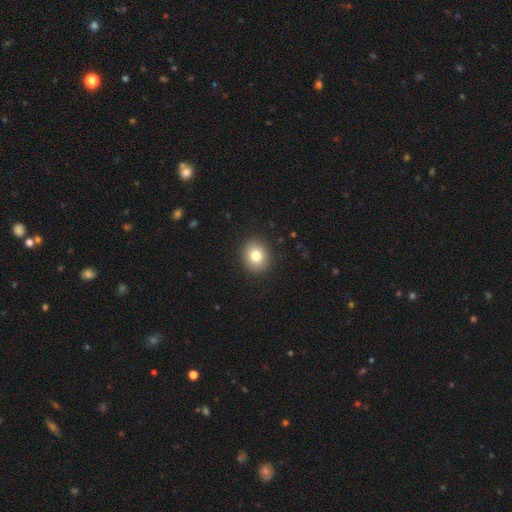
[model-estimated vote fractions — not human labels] Overall: smooth (80%). How rounded: round (69%; in between 30%). Merging: none (91%).